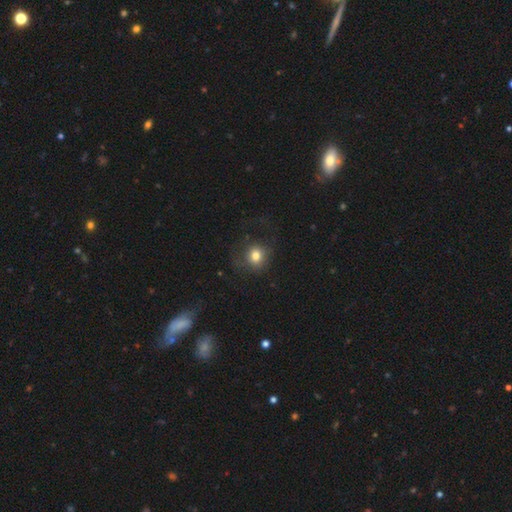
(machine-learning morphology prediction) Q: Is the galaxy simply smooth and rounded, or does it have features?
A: smooth — 78%.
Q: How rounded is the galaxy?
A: round — 80%.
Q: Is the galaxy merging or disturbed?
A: none — 64%.